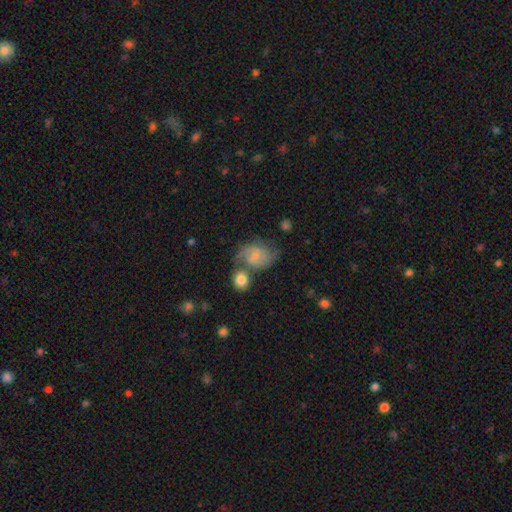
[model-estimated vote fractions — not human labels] This appears to be a featured or disk galaxy (56%) with no bar (52%), spiral arms (86%) and a small central bulge (64%). Merging: none (42%).